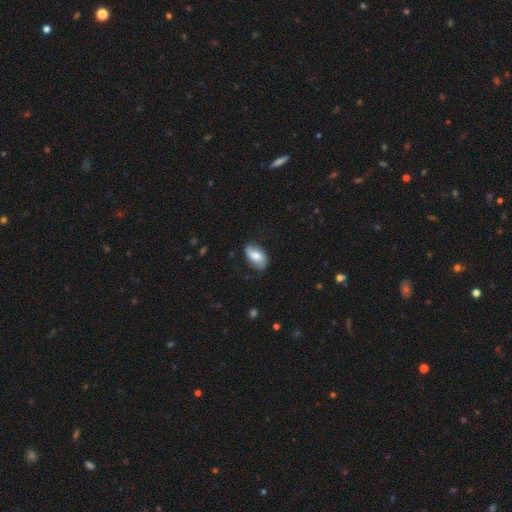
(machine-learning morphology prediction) smooth_or_featured: smooth (p=0.65) [alt: featured or disk p=0.28]
how_rounded: in between (p=0.92) [alt: round p=0.05]
merging: none (p=0.64) [alt: minor disturbance p=0.28]